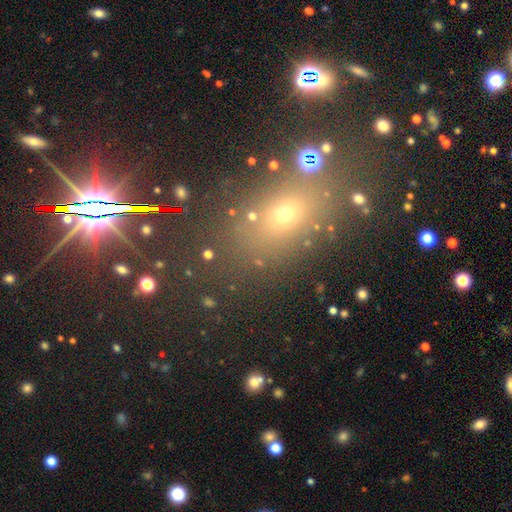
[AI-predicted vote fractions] This is marginally a star or artifact rather than a galaxy (43%).